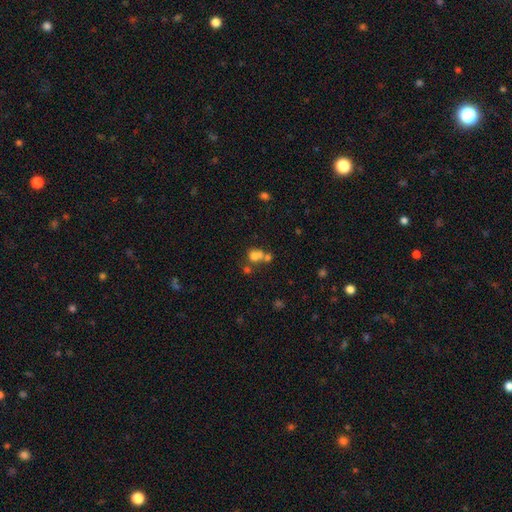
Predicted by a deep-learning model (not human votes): Smooth or featured: smooth — 66% (featured or disk — 17%)
How rounded: round — 71% (in between — 28%)
Merging: merger — 53% (none — 33%)